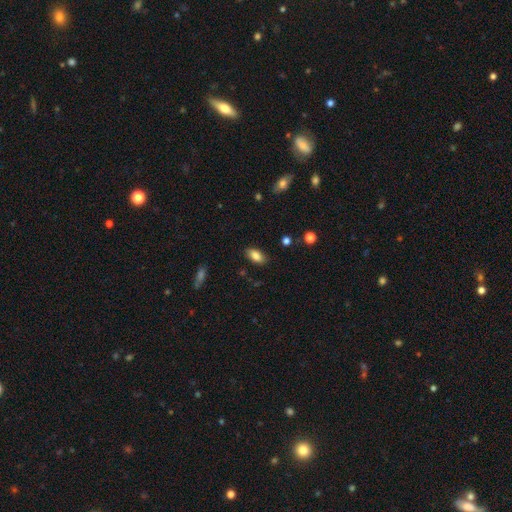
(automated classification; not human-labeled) Smooth or featured: smooth — 86% (star or artifact — 8%)
How rounded: in between — 91% (cigar-shaped — 5%)
Merging: none — 86% (minor disturbance — 10%)